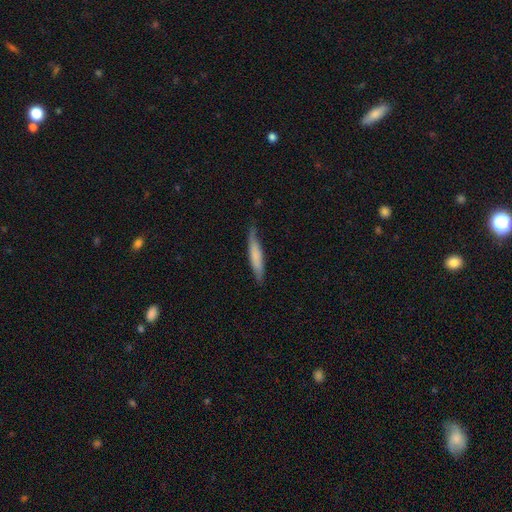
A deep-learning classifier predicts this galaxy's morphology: Smooth or featured?
  - smooth: 64% *
  - featured or disk: 30%
  - star or artifact: 5%
How rounded?
  - cigar-shaped: 90% *
  - in between: 9%
  - round: 1%
Merging?
  - none: 74% *
  - minor disturbance: 21%
  - major disturbance: 3%
  - merger: 1%